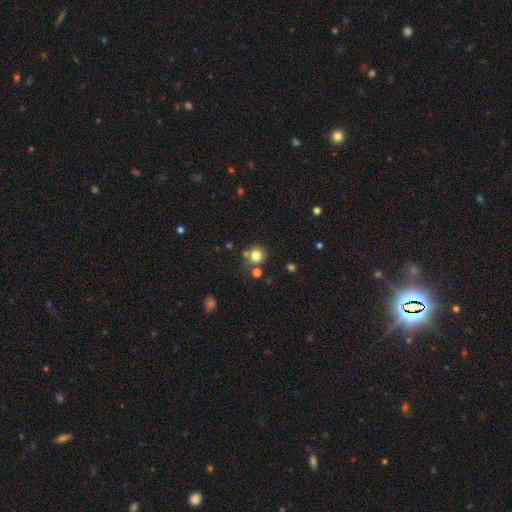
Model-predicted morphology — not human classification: Q: Smooth or featured?
A: smooth (80%); runner-up: star or artifact (13%)
Q: How rounded?
A: round (89%); runner-up: in between (10%)
Q: Merging?
A: none (71%); runner-up: merger (13%)